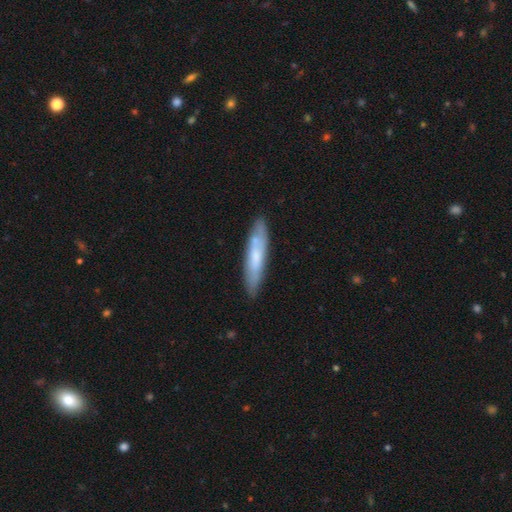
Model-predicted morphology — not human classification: This is possibly a smooth galaxy (57%). How rounded: clearly cigar-shaped (84%). Merging: clearly none (81%).